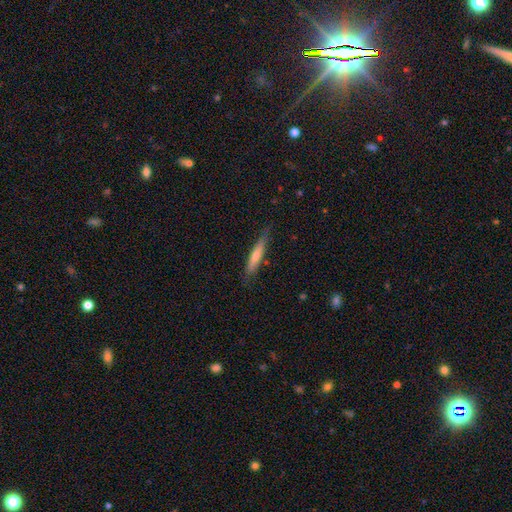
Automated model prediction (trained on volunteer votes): The model was most divided on "smooth or featured": smooth: 59%, featured or disk: 35%, star or artifact: 6%. More confident: how rounded — cigar-shaped (92%); merging — none (78%).